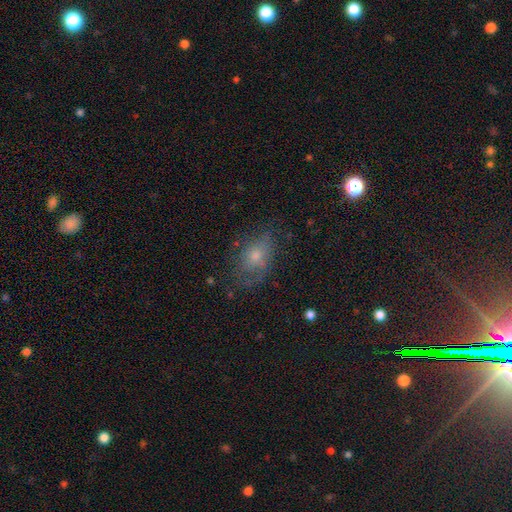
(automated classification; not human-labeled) Smooth or featured?
  - smooth: 46% *
  - featured or disk: 36%
  - star or artifact: 18%
Merging?
  - none: 59% *
  - minor disturbance: 24%
  - major disturbance: 16%
  - merger: 2%